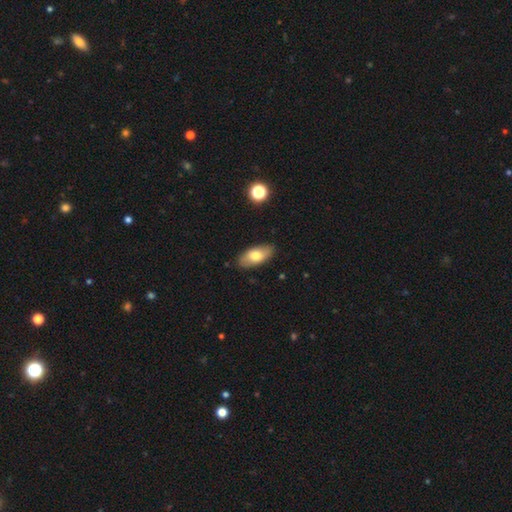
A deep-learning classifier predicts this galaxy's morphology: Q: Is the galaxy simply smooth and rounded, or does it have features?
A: smooth — 70%.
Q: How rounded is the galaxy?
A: in between — 90%.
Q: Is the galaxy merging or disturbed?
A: none — 86%.